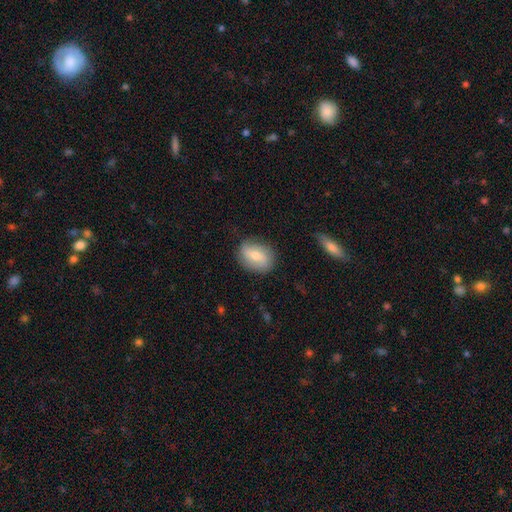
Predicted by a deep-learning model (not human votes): smooth 55%, featured or disk 38%, star or artifact 7%. Down the decision tree: how rounded — in between (65%); merging — none (78%).